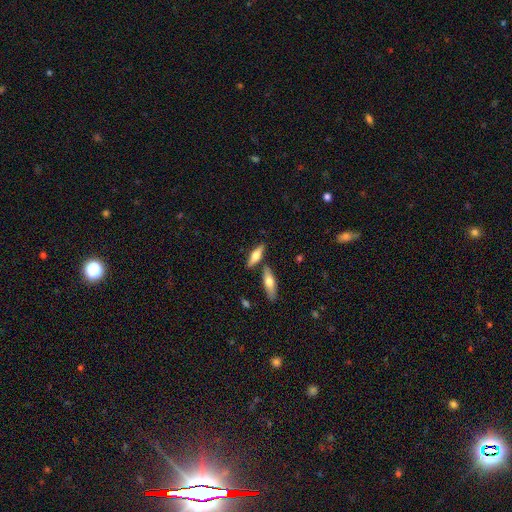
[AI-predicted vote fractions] Morphology: type=smooth (56%); roundness=cigar-shaped (53%); merging=none (70%).